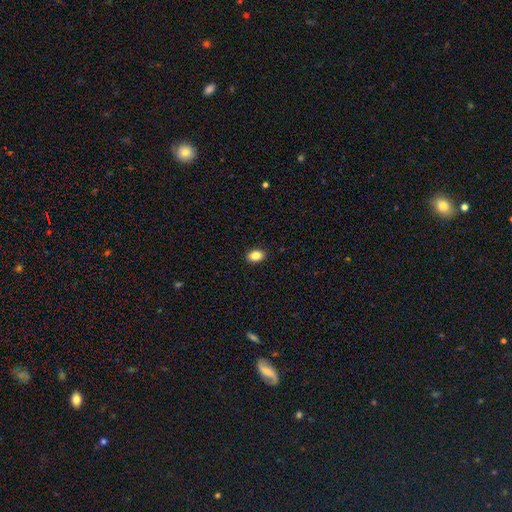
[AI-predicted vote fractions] This is clearly a smooth galaxy (86%). How rounded: likely in between (75%). Merging: clearly none (91%).